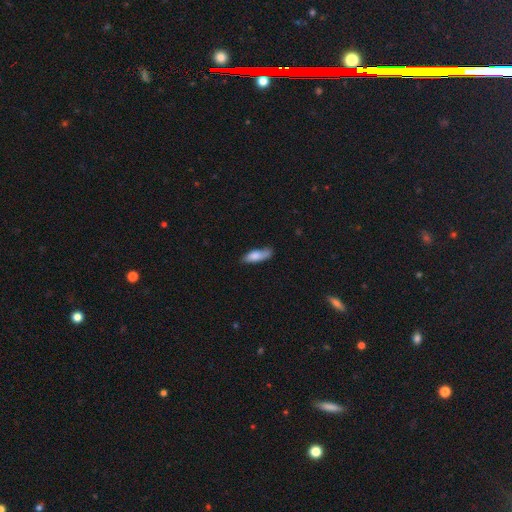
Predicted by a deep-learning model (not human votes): Smooth or featured?
  - smooth: 77% *
  - featured or disk: 16%
  - star or artifact: 6%
How rounded?
  - in between: 54% *
  - cigar-shaped: 44%
  - round: 2%
Merging?
  - none: 67% *
  - minor disturbance: 26%
  - major disturbance: 5%
  - merger: 2%